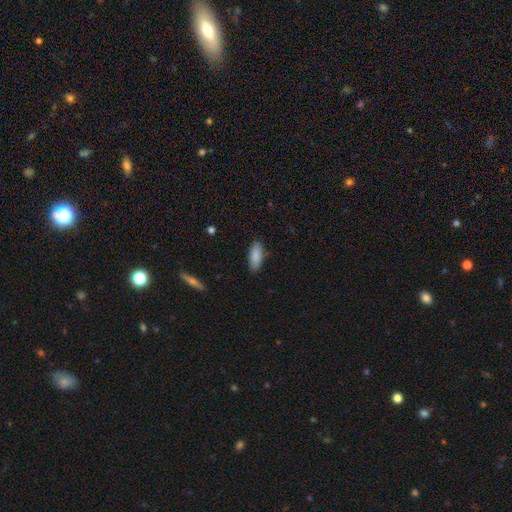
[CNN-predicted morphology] This is clearly a smooth galaxy (88%). How rounded: likely in between (80%). Merging: clearly none (85%).